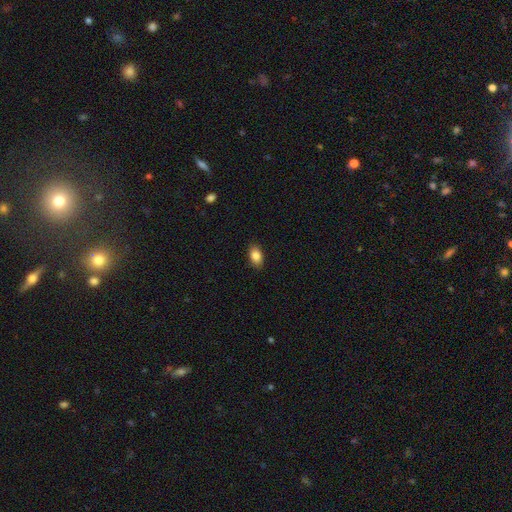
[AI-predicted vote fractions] Smooth or featured? smooth (86%)
How rounded? in between (87%)
Merging? none (88%)